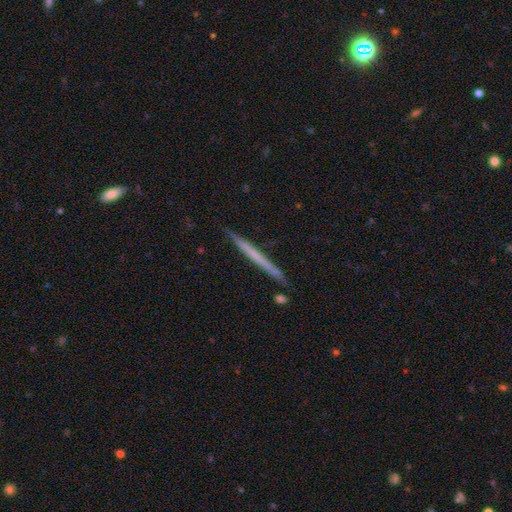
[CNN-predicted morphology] type=featured or disk (49%); merging=none (89%).